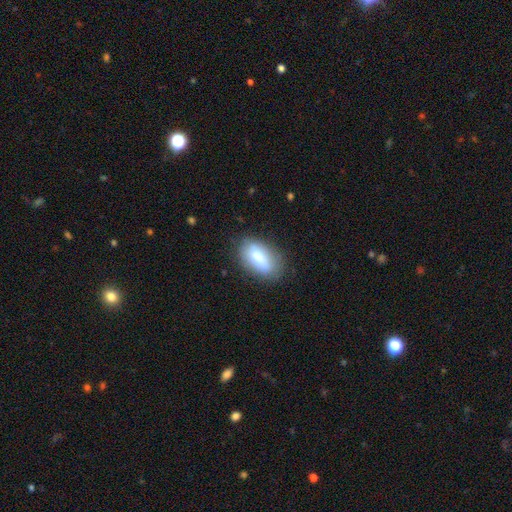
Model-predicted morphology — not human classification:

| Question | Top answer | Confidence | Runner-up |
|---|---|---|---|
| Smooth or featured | smooth | 75% | featured or disk (17%) |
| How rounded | in between | 91% | round (6%) |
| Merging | none | 79% | minor disturbance (16%) |